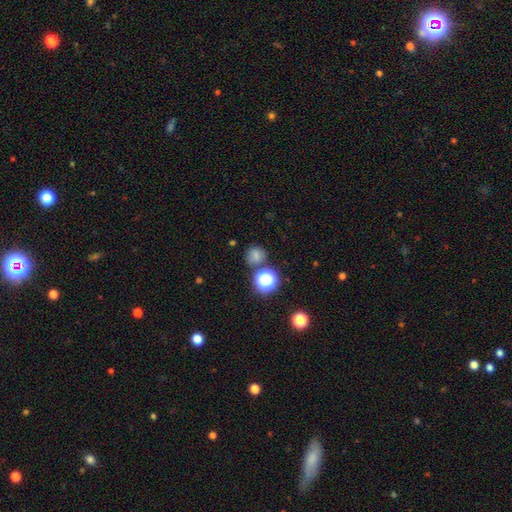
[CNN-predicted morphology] Smooth or featured?
  - smooth: 70% *
  - star or artifact: 22%
  - featured or disk: 8%
How rounded?
  - round: 86% *
  - in between: 13%
  - cigar-shaped: 1%
Merging?
  - none: 75% *
  - minor disturbance: 11%
  - merger: 10%
  - major disturbance: 4%